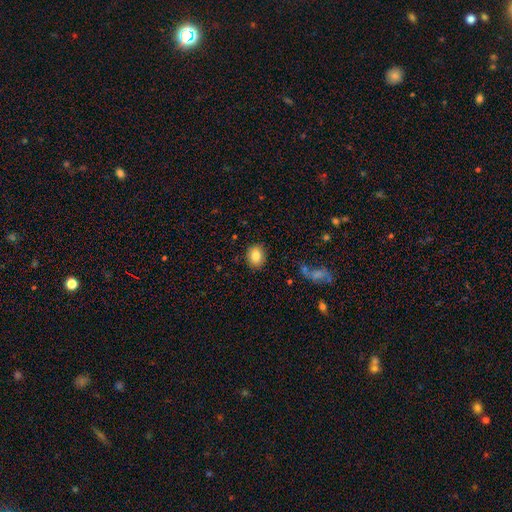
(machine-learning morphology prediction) smooth_or_featured: smooth (p=0.82) [alt: featured or disk p=0.09]
how_rounded: round (p=0.50) [alt: in between p=0.49]
merging: none (p=0.88) [alt: minor disturbance p=0.09]